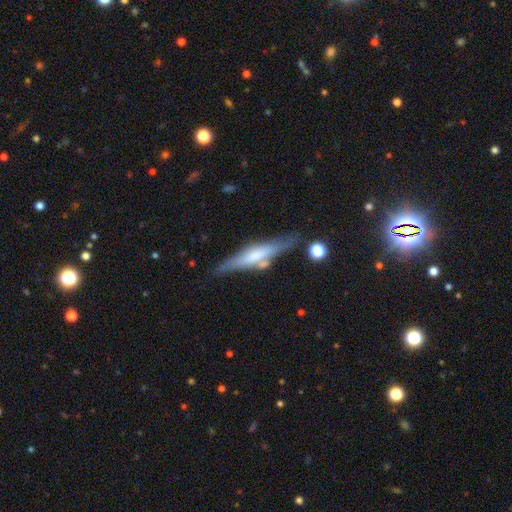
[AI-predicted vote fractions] Q: Smooth or featured?
A: featured or disk (54%); runner-up: smooth (39%)
Q: Edge-on disk?
A: yes (92%); runner-up: no (8%)
Q: Edge-on bulge?
A: rounded (51%); runner-up: boxy (28%)
Q: Merging?
A: none (73%); runner-up: minor disturbance (15%)